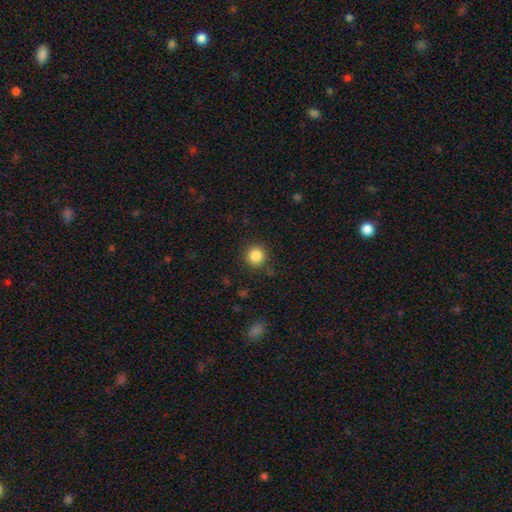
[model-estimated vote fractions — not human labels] Smooth or featured? Predicted: smooth (p=0.86). How rounded? Predicted: round (p=0.93). Merging? Predicted: none (p=0.88).